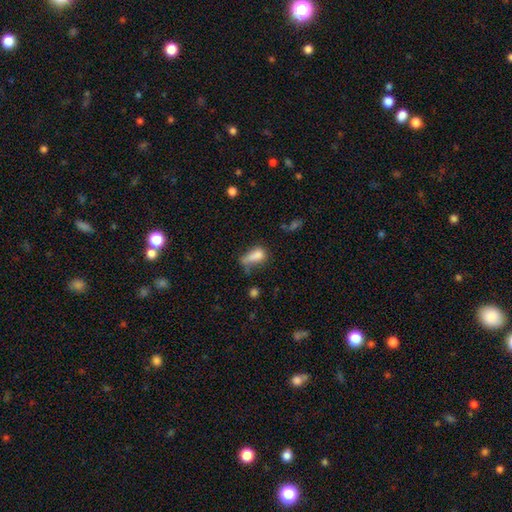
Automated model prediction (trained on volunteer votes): A smooth galaxy with no disk features (76%) that is in between round and cigar-shaped (78%).

Vote fractions:
- Smooth or featured? smooth: 76% / featured or disk: 13% / star or artifact: 12%
- How rounded? in between: 78% / cigar-shaped: 14% / round: 8%
- Merging? major disturbance: 29% (tied) / minor disturbance: 29% (tied) / none: 28% / merger: 14%